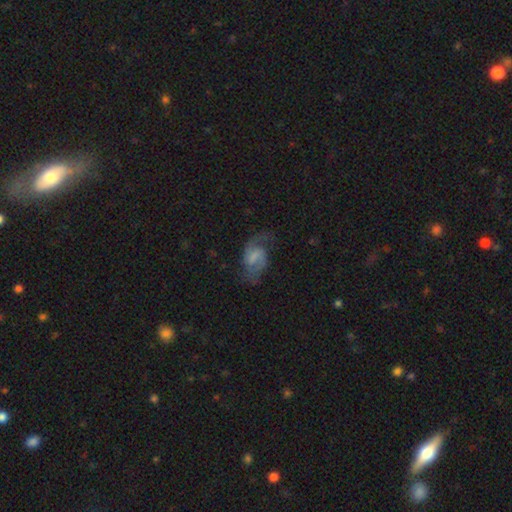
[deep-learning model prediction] This is likely a featured or disk galaxy (72%). It is clearly not viewed edge-on (97%). Bar: possibly weak (51%). Spiral arm pattern: clearly yes (94%). Spiral arm count: clearly 2 (85%). Spiral winding: possibly medium (50%). Central bulge: marginally small (36%). Merging: likely none (69%).